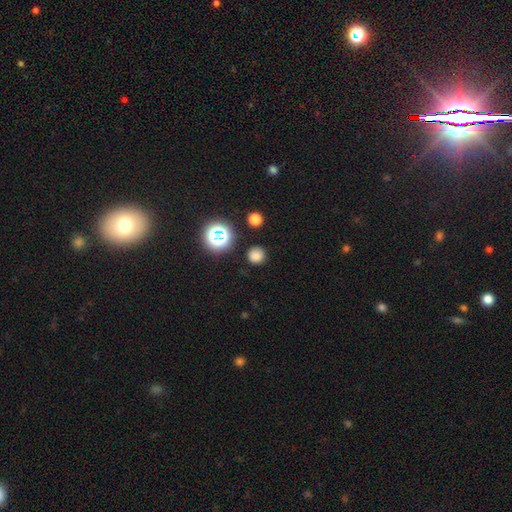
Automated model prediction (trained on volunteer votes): A smooth galaxy with no disk features (77%) that is round (93%).

Vote fractions:
- Smooth or featured? smooth: 77% / star or artifact: 18% / featured or disk: 5%
- How rounded? round: 93% / in between: 6% / cigar-shaped: 1%
- Merging? none: 87% / minor disturbance: 8% / major disturbance: 3% / merger: 2%